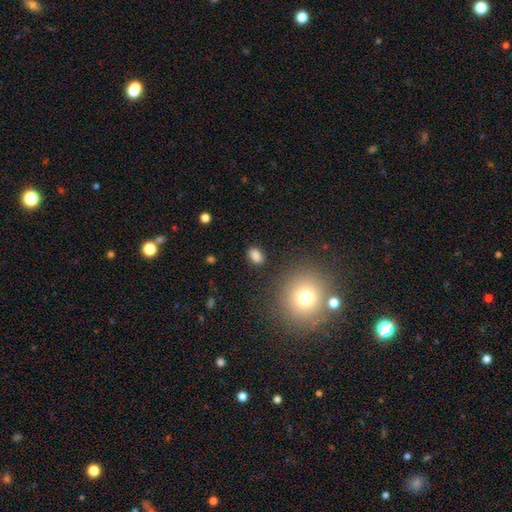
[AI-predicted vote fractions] Smooth or featured: smooth — 83% (star or artifact — 11%)
How rounded: in between — 83% (round — 15%)
Merging: none — 83% (minor disturbance — 11%)